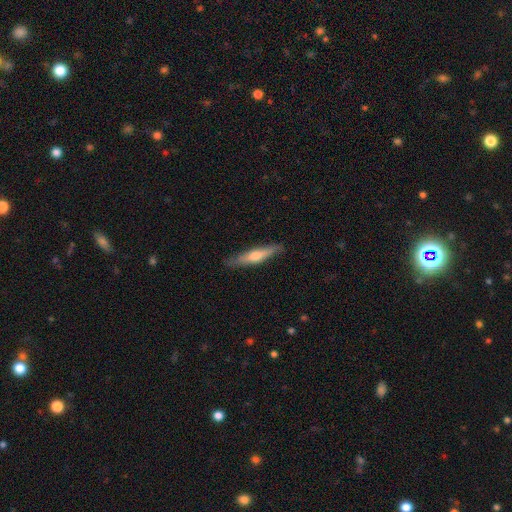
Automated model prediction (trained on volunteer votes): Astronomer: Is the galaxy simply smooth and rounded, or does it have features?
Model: featured or disk — 50% (runner-up: smooth, 44%).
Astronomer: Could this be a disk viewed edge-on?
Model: yes — 92%.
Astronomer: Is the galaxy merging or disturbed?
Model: none — 86%.